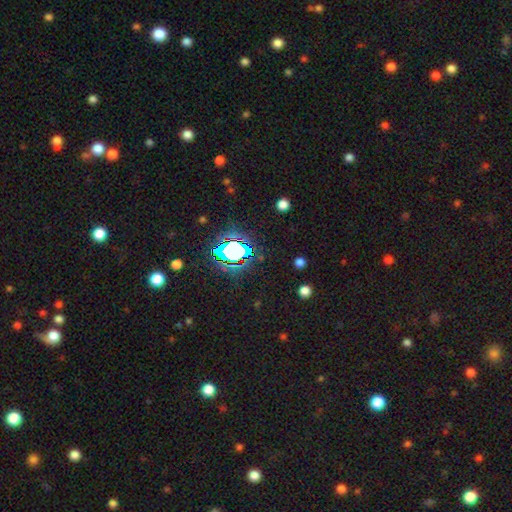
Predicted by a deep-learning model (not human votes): star or artifact 83%, smooth 11%, featured or disk 7%.